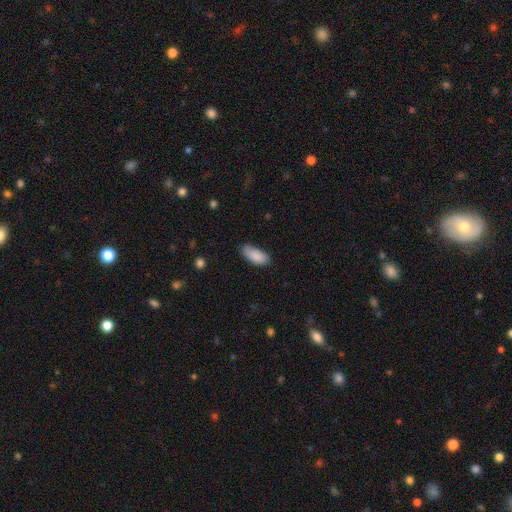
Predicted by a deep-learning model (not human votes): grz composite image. It shows a smooth galaxy with no disk features (89%) that is in between round and cigar-shaped (86%). Merging: none (74%).